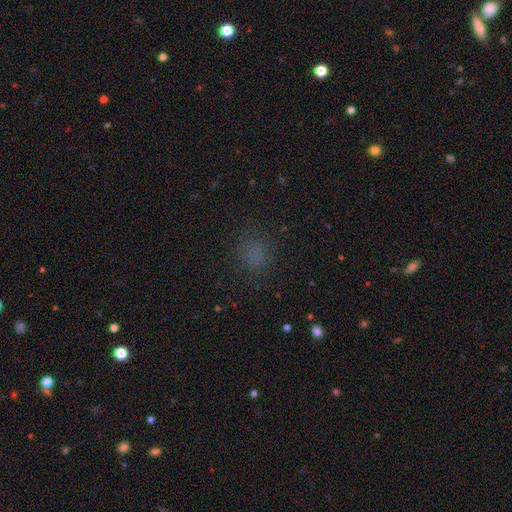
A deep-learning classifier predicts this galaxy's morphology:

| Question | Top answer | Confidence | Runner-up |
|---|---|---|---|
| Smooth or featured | smooth | 72% | star or artifact (22%) |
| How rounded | round | 68% | in between (31%) |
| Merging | none | 82% | minor disturbance (11%) |